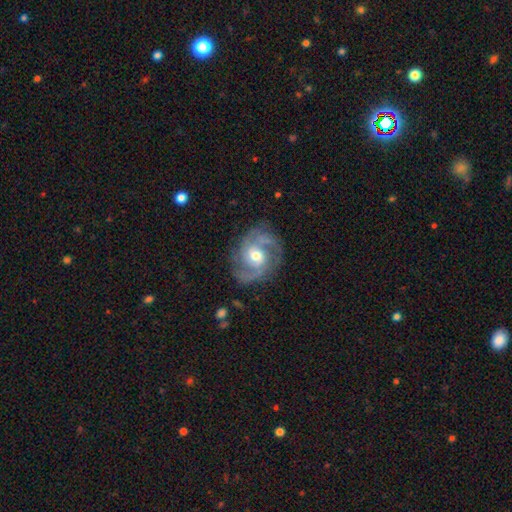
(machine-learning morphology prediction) Smooth or featured? Predicted: featured or disk (p=0.87). Edge-on disk? Predicted: no (p=0.98). Bar? Predicted: no (p=0.60). Spiral arms? Predicted: yes (p=0.96). Spiral winding? Predicted: medium (p=0.49). Spiral arm count? Predicted: 2 (p=0.59). Bulge size? Predicted: moderate (p=0.68). Merging? Predicted: none (p=0.76).